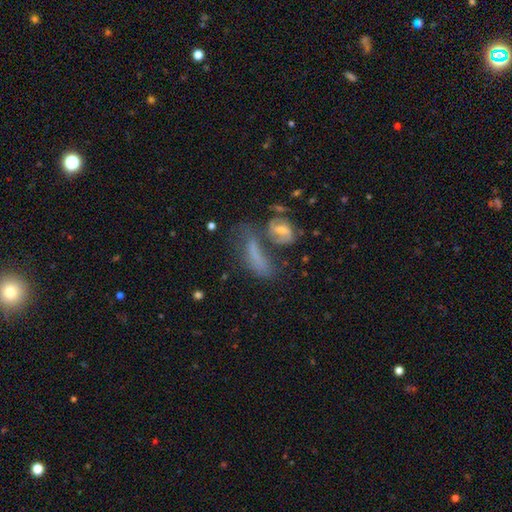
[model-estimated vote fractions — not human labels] Smooth or featured? smooth (52%)
How rounded? in between (60%)
Merging? merger (42%)